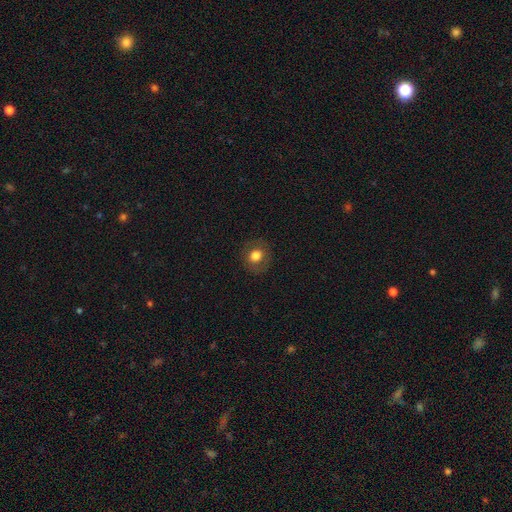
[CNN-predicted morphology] This is likely a smooth galaxy (73%). How rounded: clearly round (81%). Merging: clearly none (86%).